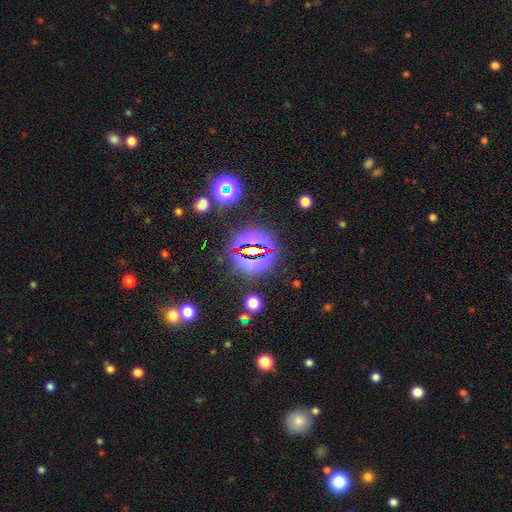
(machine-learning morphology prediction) Smooth or featured: star or artifact — 79% (smooth — 13%)